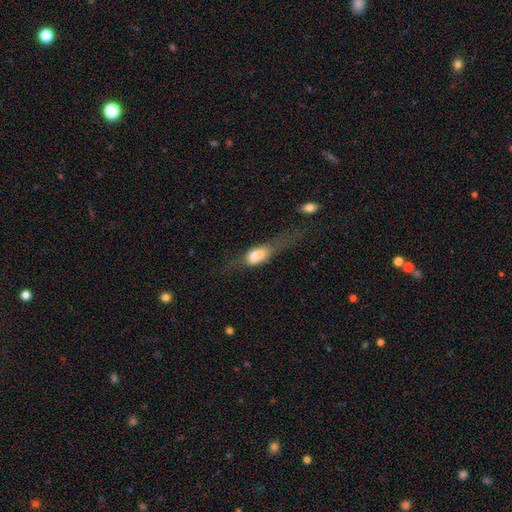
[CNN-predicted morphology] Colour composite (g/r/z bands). It shows a smooth galaxy with no disk features (61%) that is in between round and cigar-shaped (69%). Merging: major disturbance (41%).